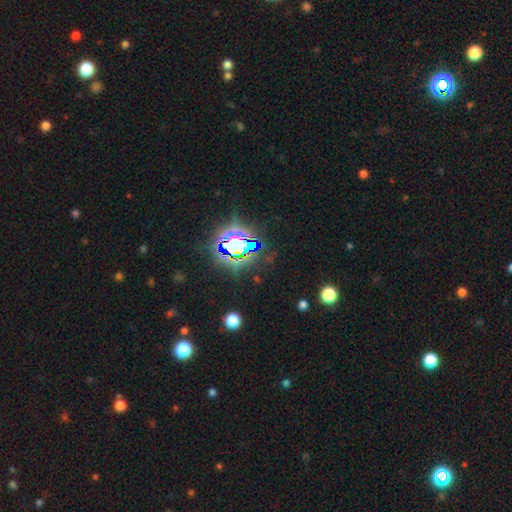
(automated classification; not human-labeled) This appears to be a star or artifact, not a galaxy (84%).